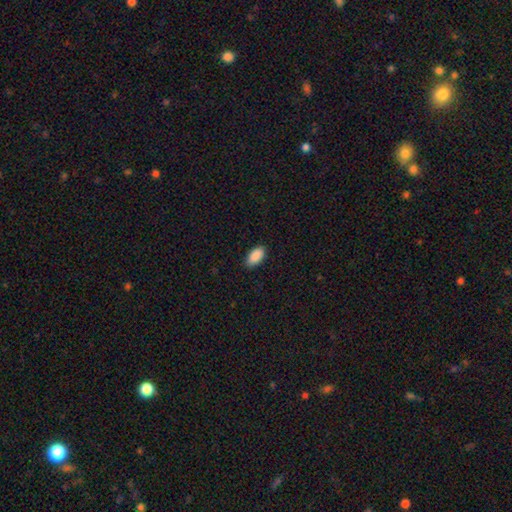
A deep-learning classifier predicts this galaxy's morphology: type=smooth (91%); roundness=in between (94%); merging=none (87%).